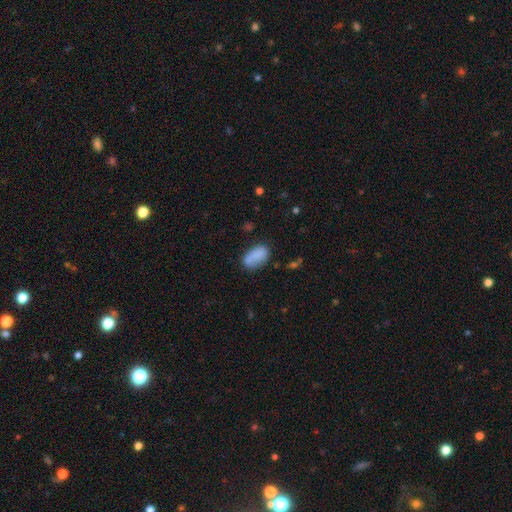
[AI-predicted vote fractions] Morphology: type=smooth (80%); roundness=in between (92%); merging=none (55%).